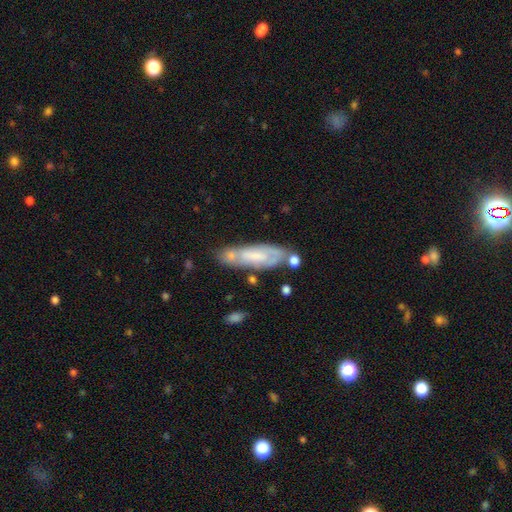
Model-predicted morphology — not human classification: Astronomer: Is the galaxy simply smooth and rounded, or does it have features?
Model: featured or disk — 51% (runner-up: smooth, 42%).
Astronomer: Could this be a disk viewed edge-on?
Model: no — 72%.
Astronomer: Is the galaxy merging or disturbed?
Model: none — 55%.